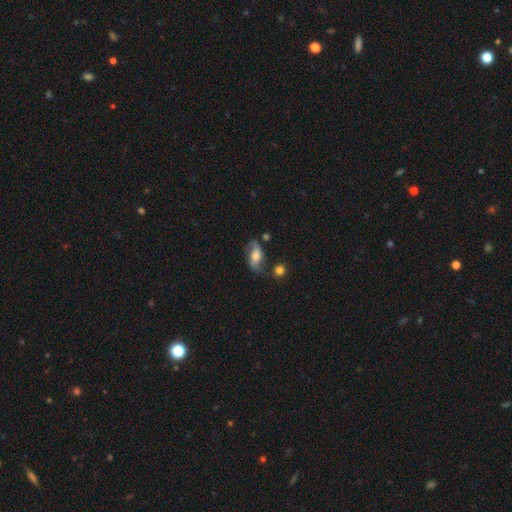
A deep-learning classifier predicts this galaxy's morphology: Smooth or featured? Predicted: featured or disk (p=0.55). Edge-on disk? Predicted: no (p=0.91). Merging? Predicted: none (p=0.62).